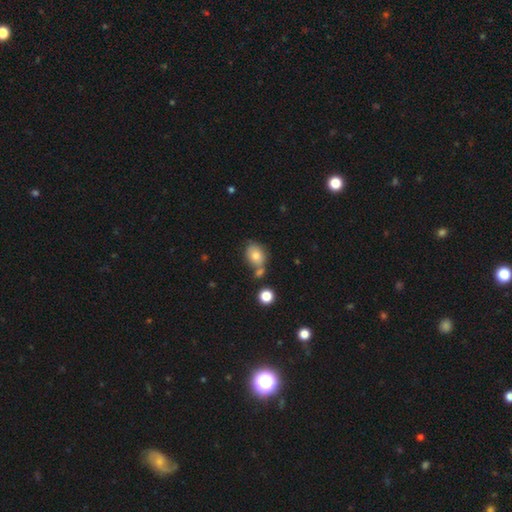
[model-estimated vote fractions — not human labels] Smooth or featured?
  - smooth: 77% *
  - featured or disk: 13%
  - star or artifact: 10%
How rounded?
  - in between: 62% *
  - round: 37%
  - cigar-shaped: 1%
Merging?
  - none: 55% *
  - merger: 24%
  - minor disturbance: 16%
  - major disturbance: 5%